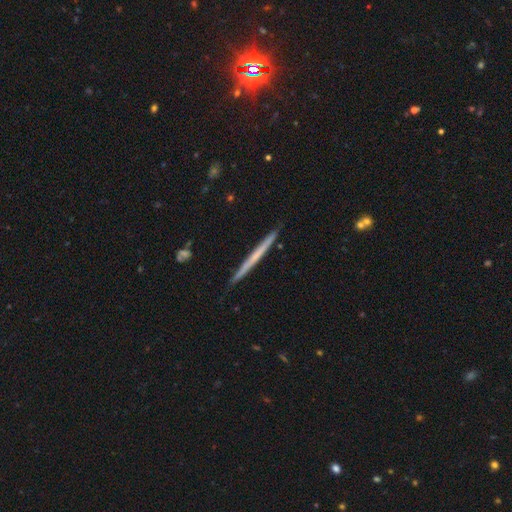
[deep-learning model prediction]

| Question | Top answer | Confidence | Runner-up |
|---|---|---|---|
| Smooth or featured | featured or disk | 53% | smooth (41%) |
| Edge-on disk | yes | 98% | no (2%) |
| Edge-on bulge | none | 86% | rounded (10%) |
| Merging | none | 92% | minor disturbance (6%) |